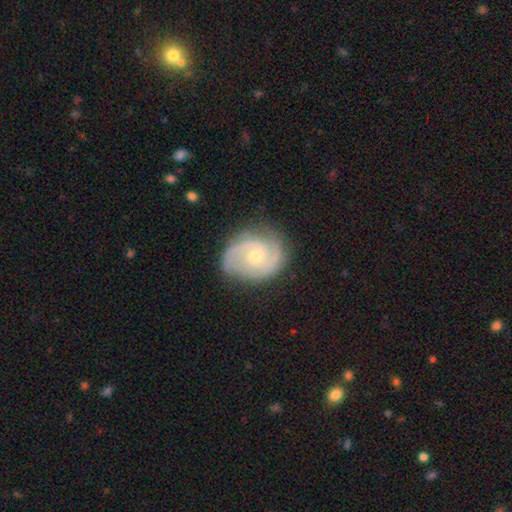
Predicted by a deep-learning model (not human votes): Morphology: type=featured or disk (88%); edge-on=no (98%); bar=no (67%); spiral arms=yes (97%); winding=tight (53%); arm count=2 (73%); bulge=small (58%); merging=none (79%).